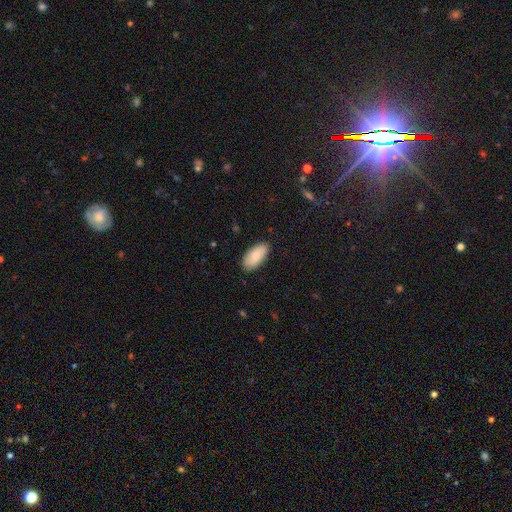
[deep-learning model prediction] A smooth galaxy with no disk features (84%) that is in between round and cigar-shaped (94%).

Vote fractions:
- Smooth or featured? smooth: 84% / featured or disk: 10% / star or artifact: 6%
- How rounded? in between: 94% / cigar-shaped: 5% / round: 2%
- Merging? none: 87% / minor disturbance: 10% / major disturbance: 2% / merger: 1%